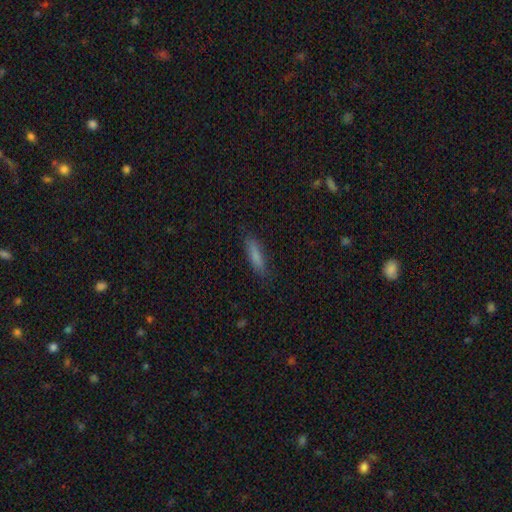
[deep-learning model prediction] Morphology: type=smooth (82%); roundness=cigar-shaped (70%); merging=none (82%).